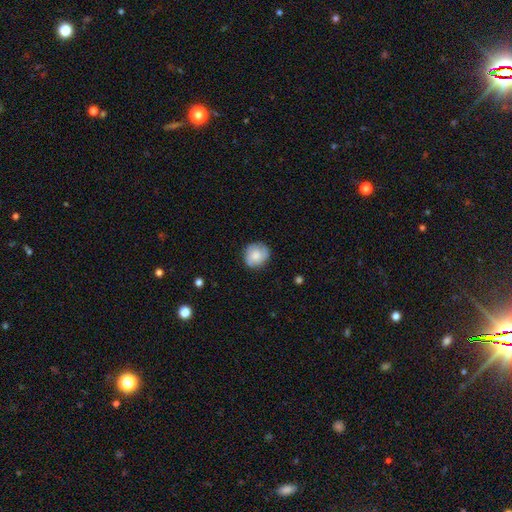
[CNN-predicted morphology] A smooth galaxy with no disk features (66%) that is round (85%).

Vote fractions:
- Smooth or featured? smooth: 66% / featured or disk: 27% / star or artifact: 7%
- How rounded? round: 85% / in between: 14% / cigar-shaped: 1%
- Merging? none: 81% / minor disturbance: 15% / major disturbance: 4% / merger: 1%